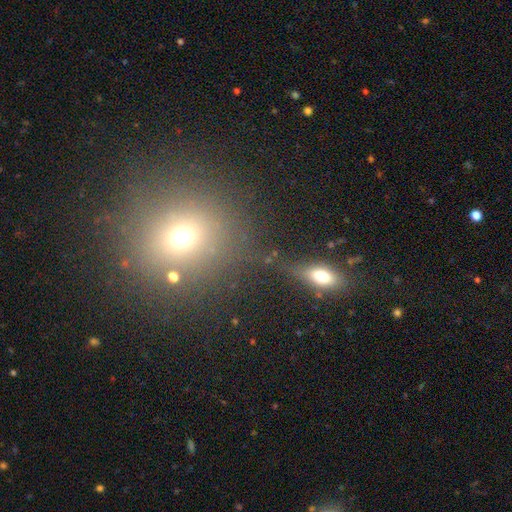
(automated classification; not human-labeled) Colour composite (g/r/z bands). It shows a smooth galaxy with no disk features (46%). Merging: none (77%).